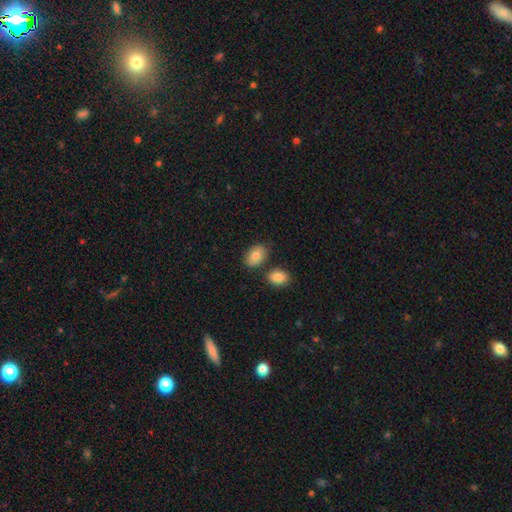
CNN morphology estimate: Smooth or featured?
  - smooth: 83% *
  - featured or disk: 9%
  - star or artifact: 7%
How rounded?
  - in between: 86% *
  - round: 13%
  - cigar-shaped: 1%
Merging?
  - none: 74% *
  - minor disturbance: 13%
  - merger: 11%
  - major disturbance: 3%